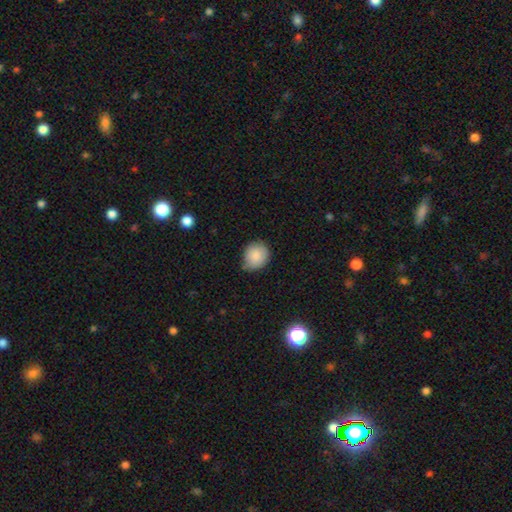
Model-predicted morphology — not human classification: This appears to be a smooth galaxy with no disk features (86%) that is round (70%). Merging: none (68%).